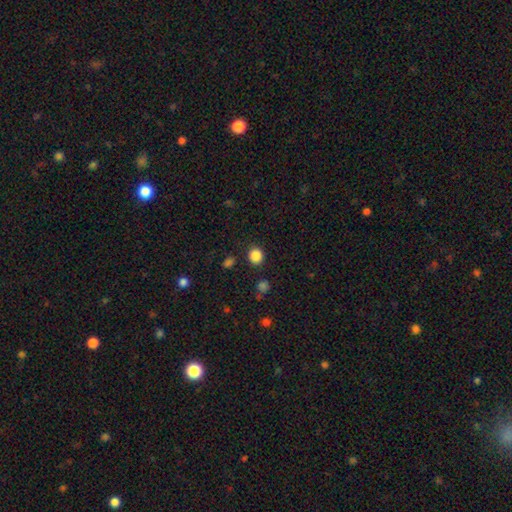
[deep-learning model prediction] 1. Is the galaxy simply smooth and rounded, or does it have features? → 86% smooth, 11% star or artifact, 3% featured or disk.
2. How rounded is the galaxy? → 86% round, 13% in between, 1% cigar-shaped.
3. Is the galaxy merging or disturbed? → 89% none, 6% minor disturbance, 3% major disturbance, 2% merger.